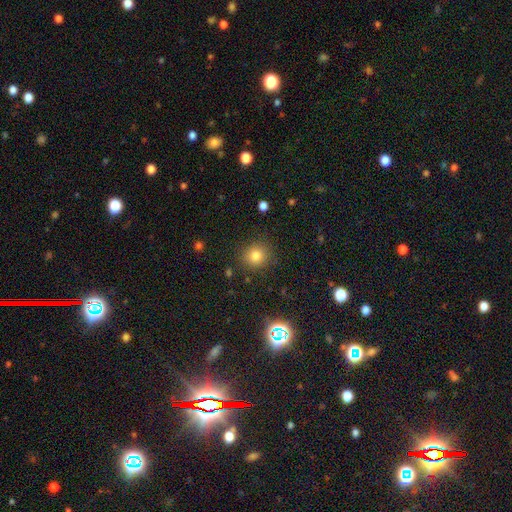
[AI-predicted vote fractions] A smooth galaxy with no disk features (81%) that is round (88%). Merging: none (87%).